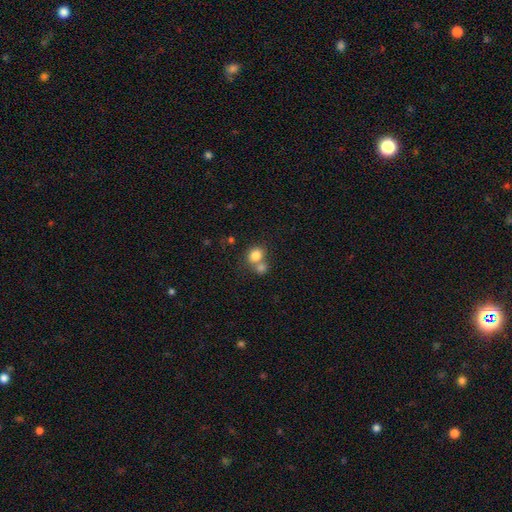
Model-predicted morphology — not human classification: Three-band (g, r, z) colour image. It shows a smooth galaxy with no disk features (80%) that is round (67%). Merging: merger (47%).